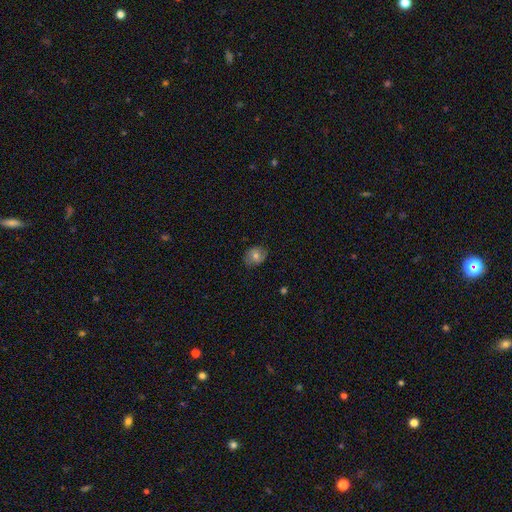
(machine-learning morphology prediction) smooth_or_featured: smooth (p=0.66) [alt: featured or disk p=0.25]
how_rounded: round (p=0.55) [alt: in between p=0.44]
merging: none (p=0.77) [alt: minor disturbance p=0.18]